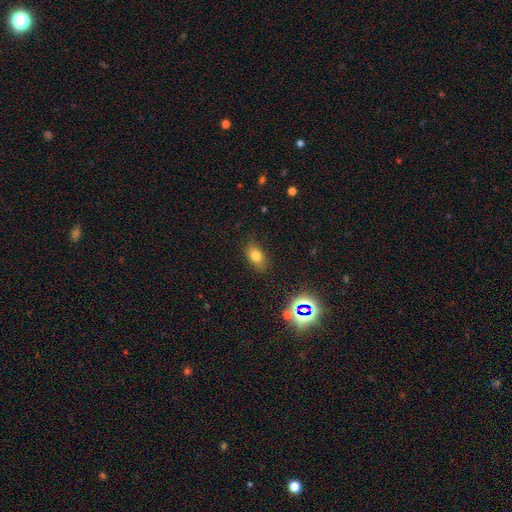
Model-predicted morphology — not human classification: A smooth galaxy with no disk features (75%) that is in between round and cigar-shaped (82%).

Vote fractions:
- Smooth or featured? smooth: 75% / star or artifact: 14% / featured or disk: 10%
- How rounded? in between: 82% / round: 15% / cigar-shaped: 4%
- Merging? none: 82% / minor disturbance: 13% / major disturbance: 3% / merger: 2%